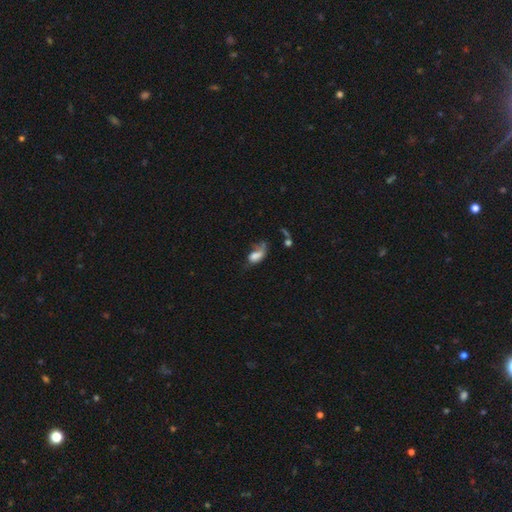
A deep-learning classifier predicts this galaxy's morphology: smooth_or_featured: smooth (p=0.64) [alt: featured or disk p=0.24]
how_rounded: in between (p=0.87) [alt: round p=0.07]
merging: major disturbance (p=0.40) [alt: none p=0.24]